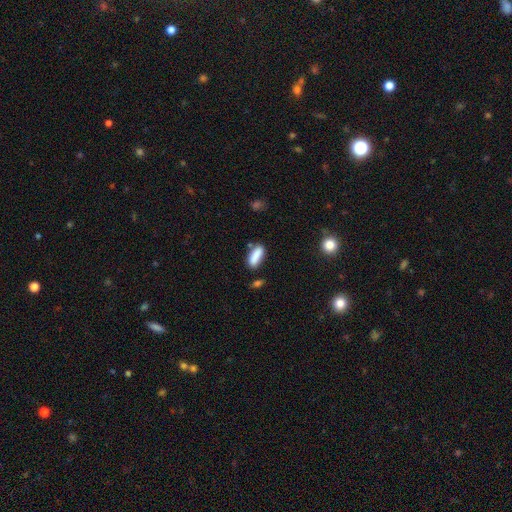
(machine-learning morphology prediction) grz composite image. It shows a smooth galaxy with no disk features (85%) that is in between round and cigar-shaped (66%). Merging: none (71%).